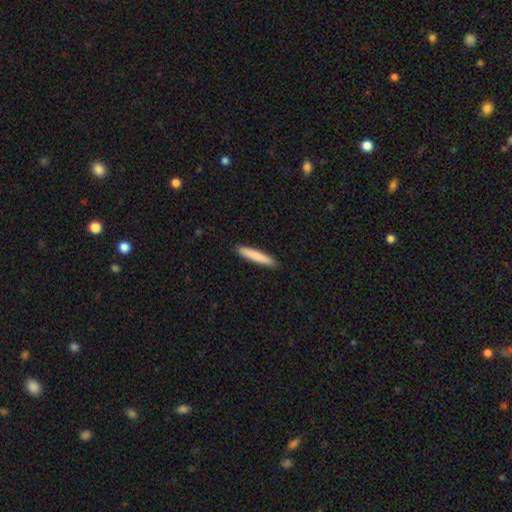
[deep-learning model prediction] smooth 82%, featured or disk 13%, star or artifact 5%. Down the decision tree: how rounded — cigar-shaped (93%); merging — none (92%).